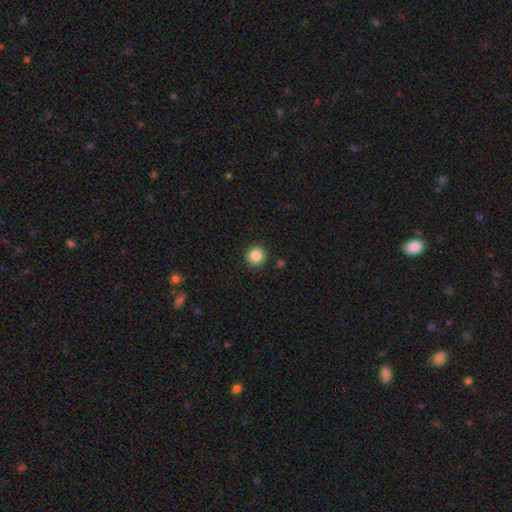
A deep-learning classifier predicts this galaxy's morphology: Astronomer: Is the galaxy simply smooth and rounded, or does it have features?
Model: smooth — 85%.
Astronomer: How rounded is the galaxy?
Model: round — 94%.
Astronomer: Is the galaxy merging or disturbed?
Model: none — 92%.